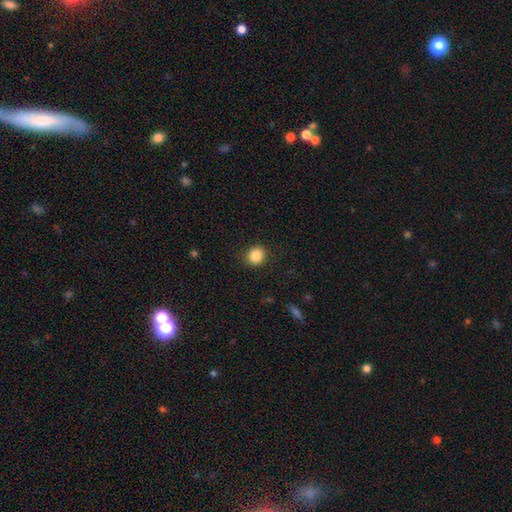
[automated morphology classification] smooth_or_featured: smooth (p=0.86) [alt: star or artifact p=0.10]
how_rounded: round (p=0.83) [alt: in between p=0.16]
merging: none (p=0.89) [alt: minor disturbance p=0.08]